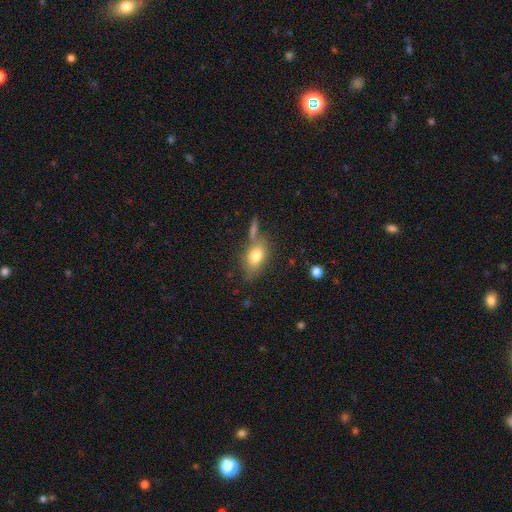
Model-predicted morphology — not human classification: smooth_or_featured: smooth (p=0.74) [alt: featured or disk p=0.18]
how_rounded: in between (p=0.81) [alt: round p=0.12]
merging: none (p=0.61) [alt: minor disturbance p=0.17]